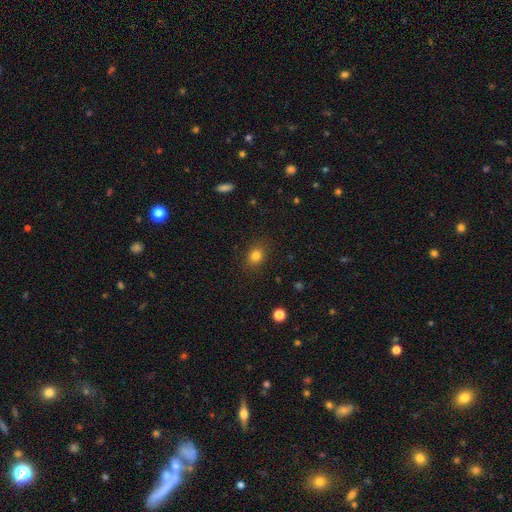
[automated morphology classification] A smooth galaxy with no disk features (81%) that is round (52%). Merging: none (86%).